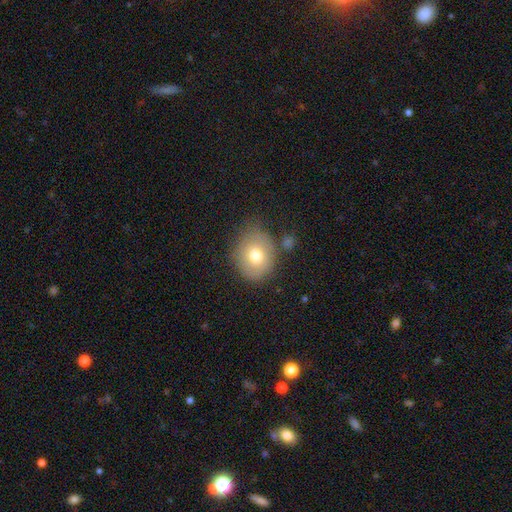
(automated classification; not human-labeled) Smooth or featured? Predicted: smooth (p=0.74). How rounded? Predicted: round (p=0.61). Merging? Predicted: none (p=0.66).